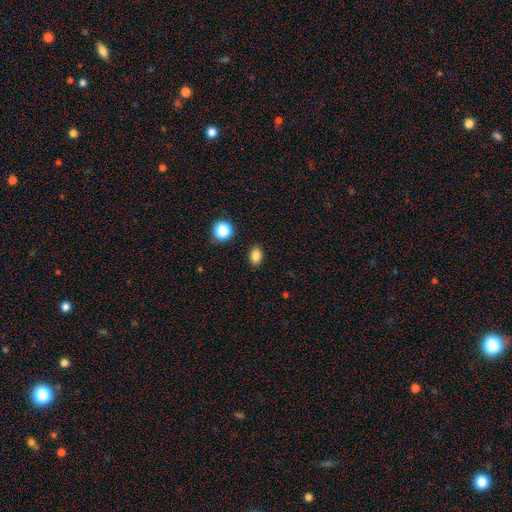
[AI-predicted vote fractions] Overall: smooth (83%). How rounded: in between (68%; round 31%). Merging: none (88%).